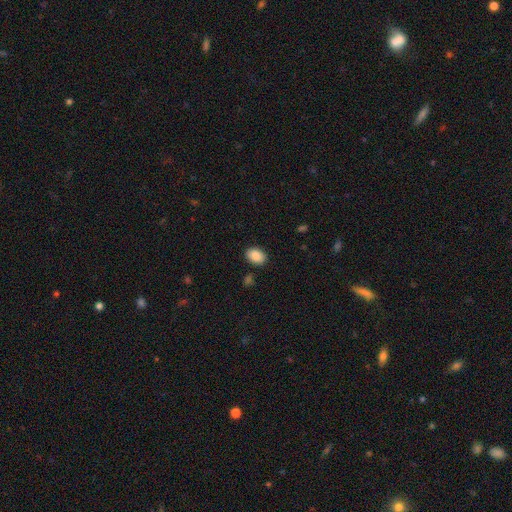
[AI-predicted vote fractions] Morphology: type=smooth (87%); roundness=in between (77%); merging=none (87%).